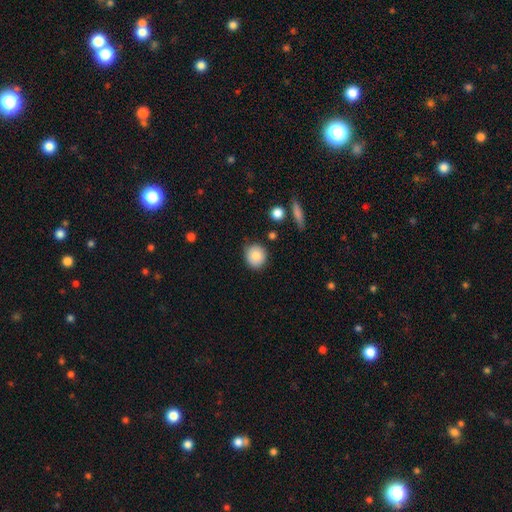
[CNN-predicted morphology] smooth_or_featured: smooth (p=0.82) [alt: featured or disk p=0.10]
how_rounded: round (p=0.86) [alt: in between p=0.13]
merging: none (p=0.83) [alt: minor disturbance p=0.12]